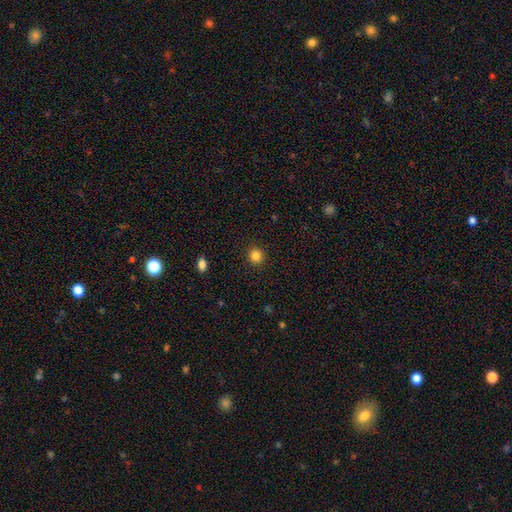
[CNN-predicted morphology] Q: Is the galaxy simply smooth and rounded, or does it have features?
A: smooth — 84%.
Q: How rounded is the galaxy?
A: round — 87%.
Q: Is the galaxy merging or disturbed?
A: none — 92%.